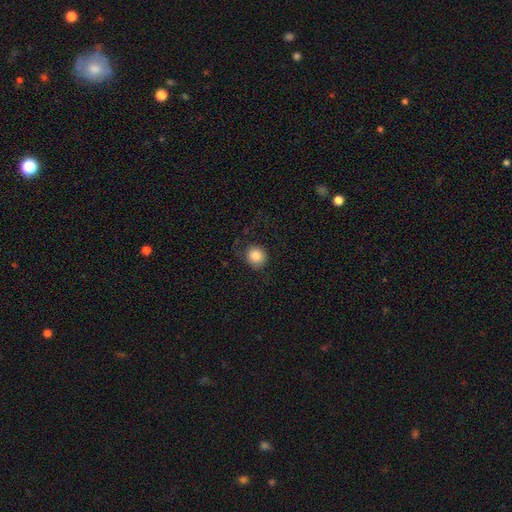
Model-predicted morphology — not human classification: The model was most divided on "merging": none: 82%, minor disturbance: 12%, major disturbance: 5%, merger: 1%. More confident: how rounded — round (90%); smooth or featured — smooth (84%).